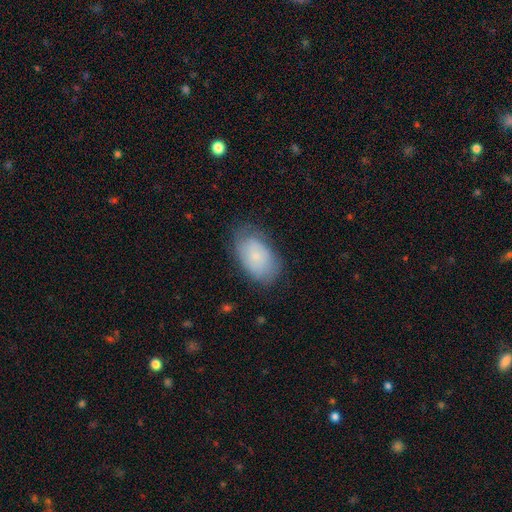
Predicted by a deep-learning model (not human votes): This is likely a smooth galaxy (68%). How rounded: clearly in between (92%). Merging: likely none (70%).